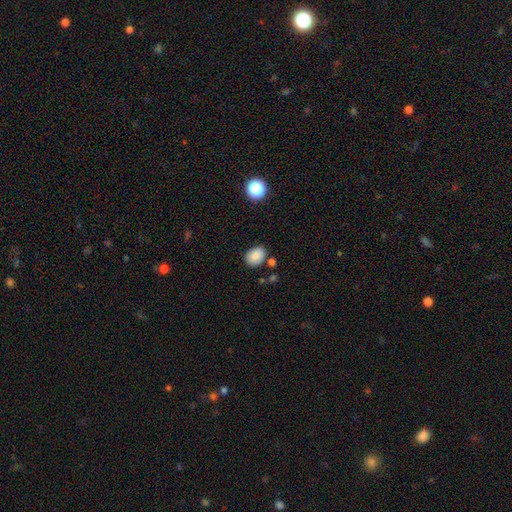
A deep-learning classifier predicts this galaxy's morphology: Smooth or featured? Predicted: smooth (p=0.86). How rounded? Predicted: in between (p=0.72). Merging? Predicted: none (p=0.77).